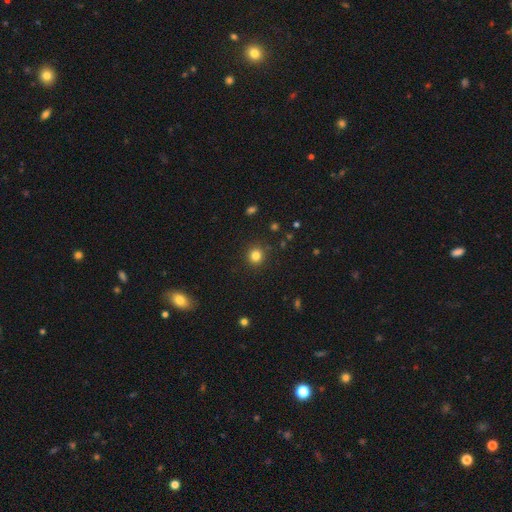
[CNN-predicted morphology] smooth-or-featured: smooth: 82% | star or artifact: 13% | featured or disk: 5%
  how-rounded: round: 91% | in between: 8% | cigar-shaped: 1%
  merging: none: 90% | minor disturbance: 6% | major disturbance: 2% | merger: 1%